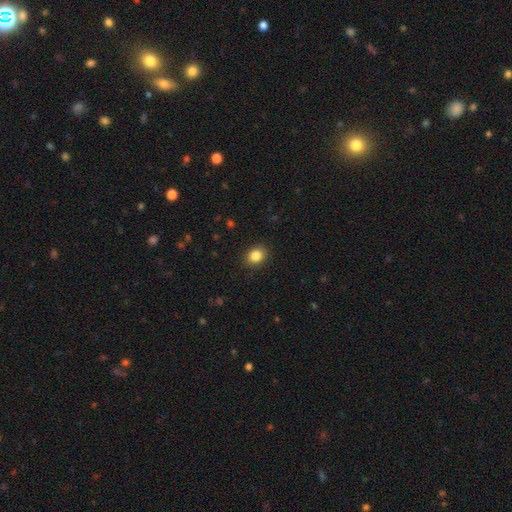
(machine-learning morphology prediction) smooth_or_featured: smooth (p=0.85) [alt: star or artifact p=0.10]
how_rounded: round (p=0.52) [alt: in between p=0.47]
merging: none (p=0.89) [alt: minor disturbance p=0.08]